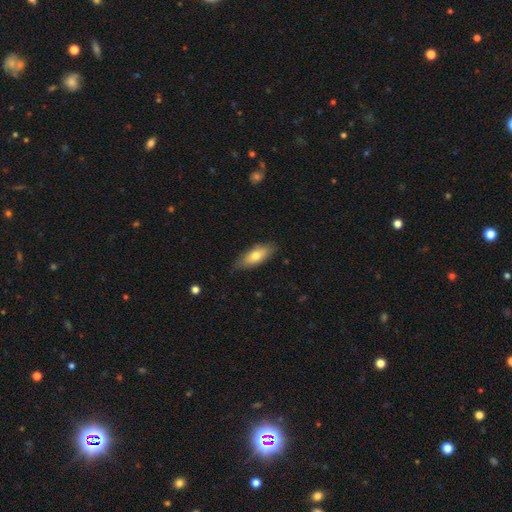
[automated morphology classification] Smooth or featured: smooth — 71% (featured or disk — 22%)
How rounded: in between — 78% (cigar-shaped — 20%)
Merging: none — 83% (minor disturbance — 14%)